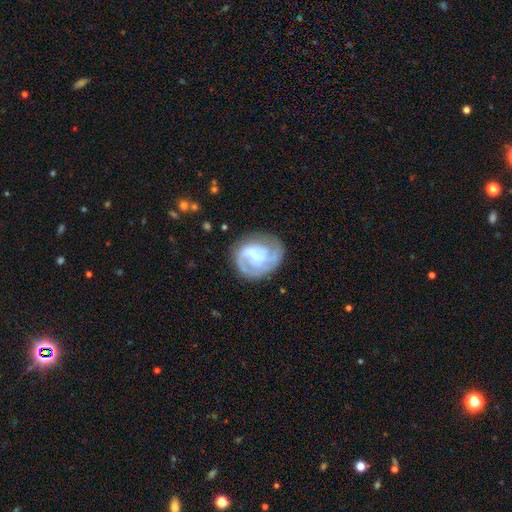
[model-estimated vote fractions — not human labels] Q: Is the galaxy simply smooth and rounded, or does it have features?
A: featured or disk — 71%.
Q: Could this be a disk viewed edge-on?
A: no — 98%.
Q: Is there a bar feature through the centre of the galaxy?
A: no — 49%.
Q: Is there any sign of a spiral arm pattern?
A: yes — 84%.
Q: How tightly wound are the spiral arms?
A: tight — 44%.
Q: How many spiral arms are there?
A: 2 — 32%.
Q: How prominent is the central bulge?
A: none — 47%.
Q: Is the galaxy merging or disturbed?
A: none — 60%.